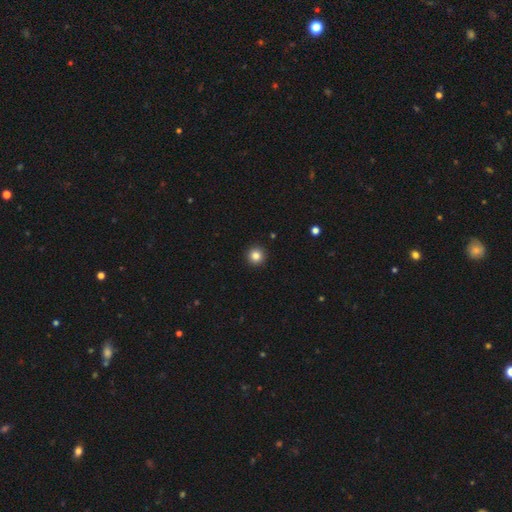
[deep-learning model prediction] This is clearly a smooth galaxy (85%). How rounded: clearly round (96%). Merging: clearly none (93%).